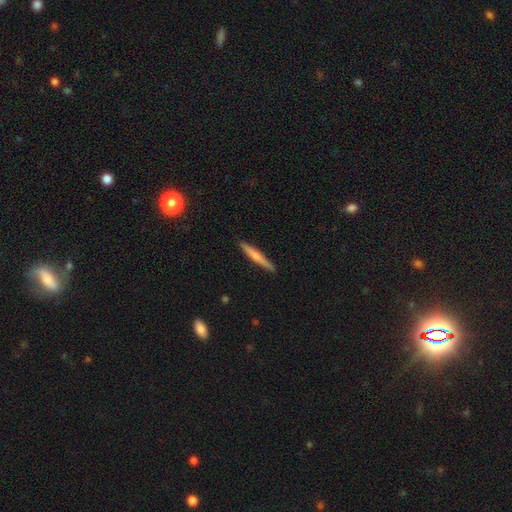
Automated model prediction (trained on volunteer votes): Smooth or featured?
  - smooth: 56% *
  - featured or disk: 38%
  - star or artifact: 6%
How rounded?
  - cigar-shaped: 95% *
  - in between: 3%
  - round: 1%
Merging?
  - none: 91% *
  - minor disturbance: 7%
  - major disturbance: 1%
  - merger: 1%